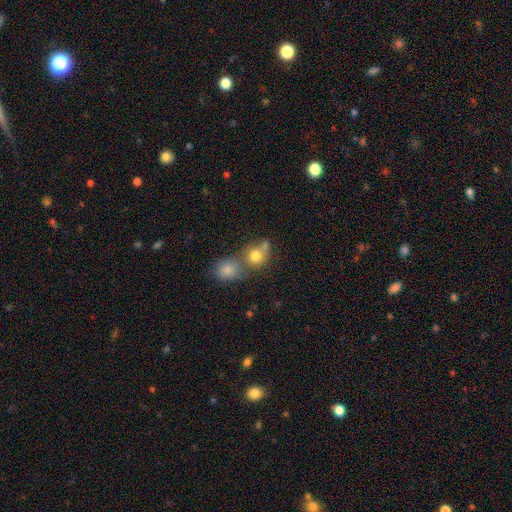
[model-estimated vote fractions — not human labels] smooth-or-featured: smooth: 76% | star or artifact: 12% | featured or disk: 12%
  how-rounded: round: 79% | in between: 20% | cigar-shaped: 1%
  merging: merger: 47% | none: 40% | minor disturbance: 9% | major disturbance: 4%